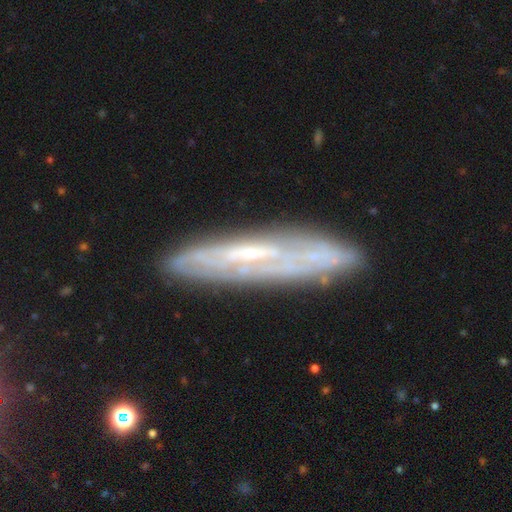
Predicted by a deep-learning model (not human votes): featured or disk 68%, smooth 23%, star or artifact 9%. Down the decision tree: edge-on disk — yes (60%); merging — none (78%).